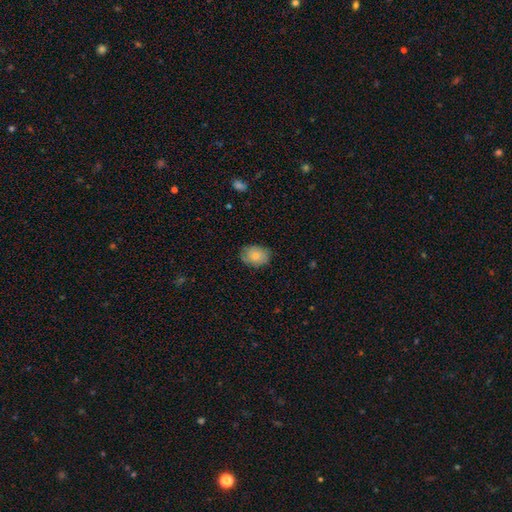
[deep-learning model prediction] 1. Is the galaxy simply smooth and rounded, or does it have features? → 77% smooth, 15% featured or disk, 7% star or artifact.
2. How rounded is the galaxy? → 65% in between, 34% round, 1% cigar-shaped.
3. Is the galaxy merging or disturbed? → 77% none, 19% minor disturbance, 4% major disturbance, 1% merger.